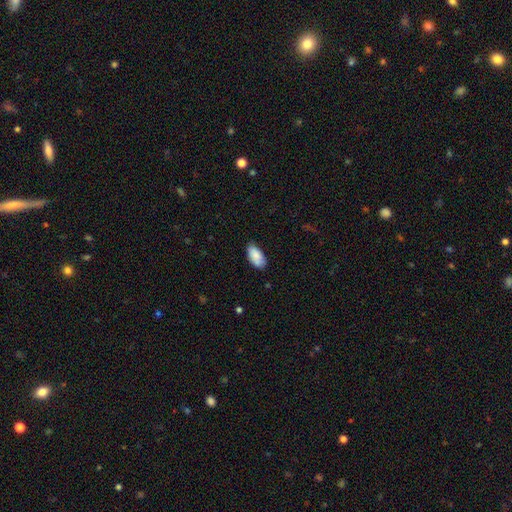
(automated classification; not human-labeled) A smooth galaxy with no disk features (86%) that is in between round and cigar-shaped (93%). Merging: none (75%).